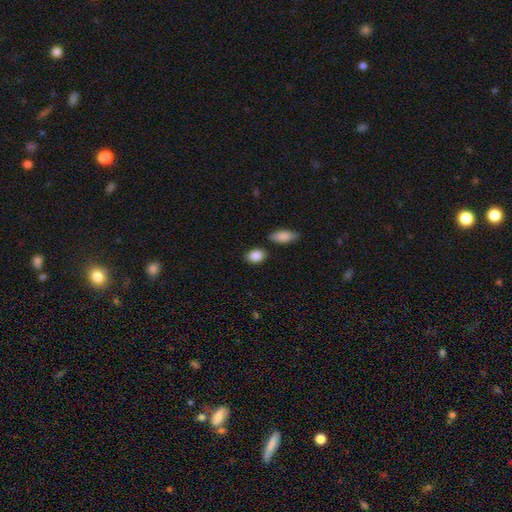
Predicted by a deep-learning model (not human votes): This appears to be a smooth galaxy with no disk features (89%) that is in between round and cigar-shaped (77%). Merging: none (79%).